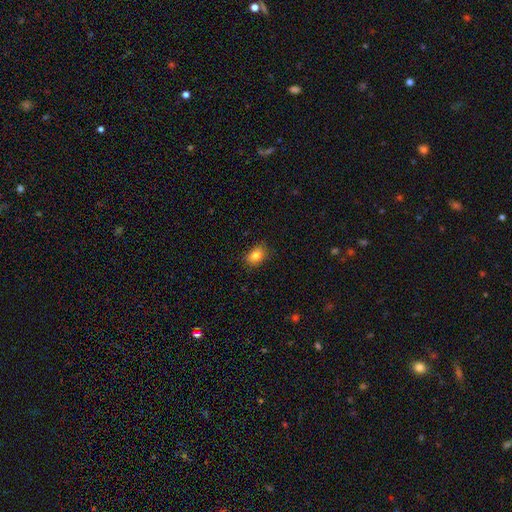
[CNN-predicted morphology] smooth 84%, star or artifact 10%, featured or disk 6%. Down the decision tree: how rounded — in between (74%); merging — none (84%).